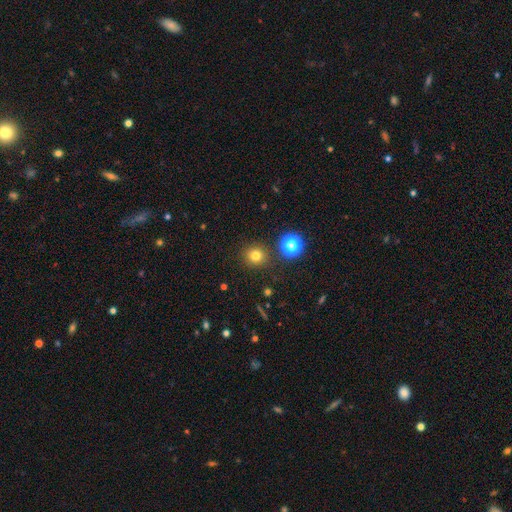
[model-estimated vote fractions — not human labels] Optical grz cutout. It shows a smooth galaxy with no disk features (76%) that is round (92%). Merging: none (88%).